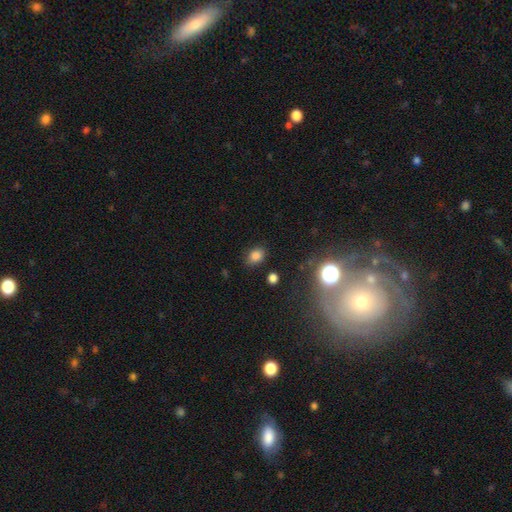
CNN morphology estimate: A smooth galaxy with no disk features (81%) that is in between round and cigar-shaped (68%). Merging: none (80%).